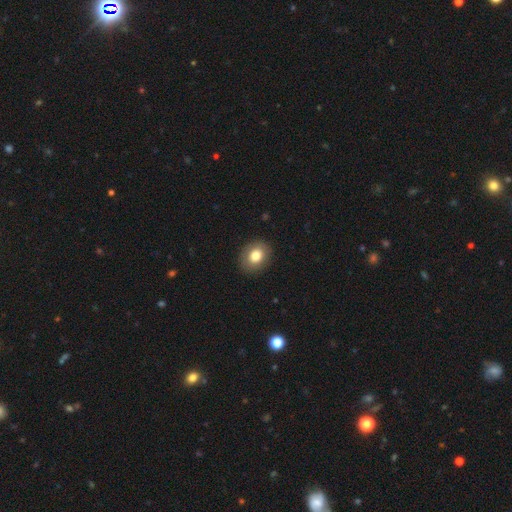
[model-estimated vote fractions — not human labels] Smooth or featured?
  - smooth: 80% *
  - featured or disk: 11%
  - star or artifact: 9%
How rounded?
  - round: 54% *
  - in between: 45%
  - cigar-shaped: 1%
Merging?
  - none: 89% *
  - minor disturbance: 8%
  - major disturbance: 2%
  - merger: 1%